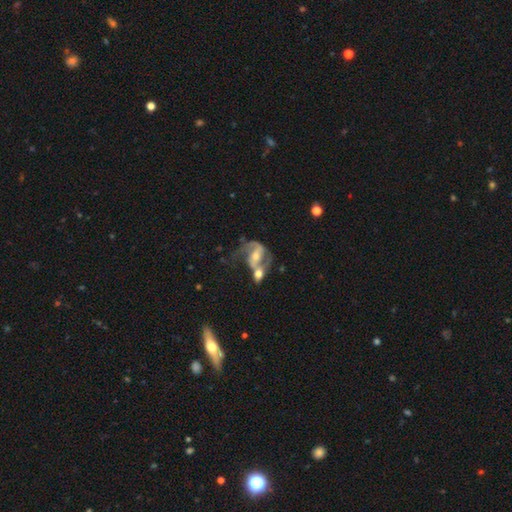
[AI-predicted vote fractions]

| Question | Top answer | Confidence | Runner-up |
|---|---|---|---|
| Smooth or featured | featured or disk | 78% | smooth (15%) |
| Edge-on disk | no | 97% | yes (3%) |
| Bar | weak | 41% | strong (34%) |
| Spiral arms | yes | 86% | no (14%) |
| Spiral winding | medium | 44% | loose (42%) |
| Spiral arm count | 2 | 75% | 1 (14%) |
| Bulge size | moderate | 55% | small (32%) |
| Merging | merger | 53% | none (19%) |